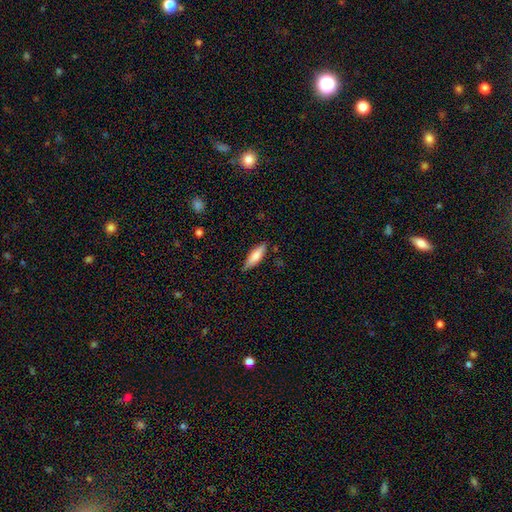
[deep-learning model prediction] Overall: smooth (76%). How rounded: in between (50%; cigar-shaped 48%). Merging: none (78%).